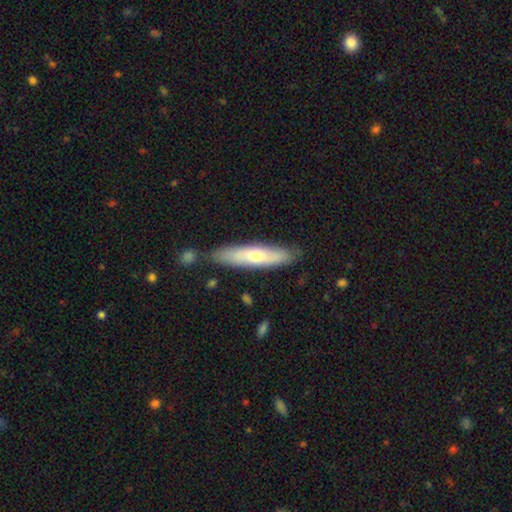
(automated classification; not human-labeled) Smooth or featured? smooth (53%)
How rounded? cigar-shaped (77%)
Merging? none (80%)